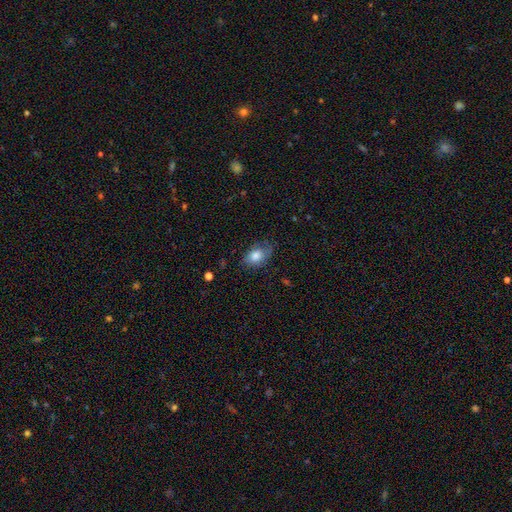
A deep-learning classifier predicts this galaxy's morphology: Overall: smooth (76%). How rounded: in between (85%). Merging: none (64%; minor disturbance 26%).